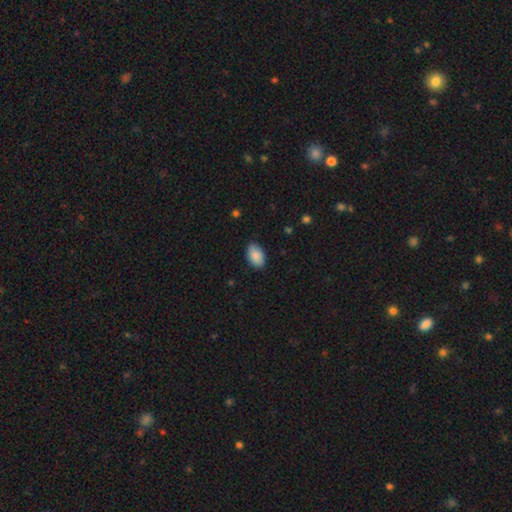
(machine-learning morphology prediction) Smooth or featured? smooth (89%)
How rounded? in between (92%)
Merging? none (83%)